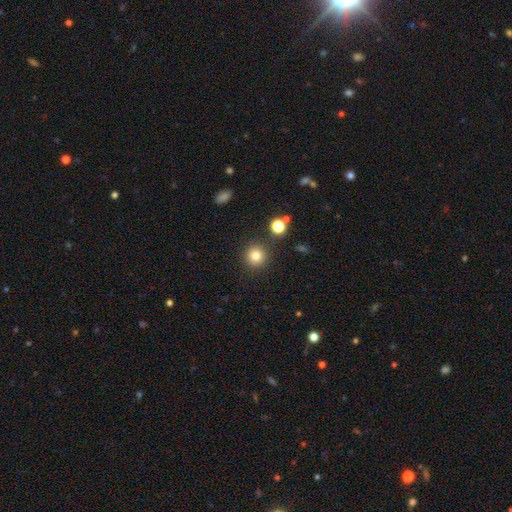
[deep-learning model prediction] This is clearly a smooth galaxy (81%). How rounded: clearly round (93%). Merging: clearly none (88%).